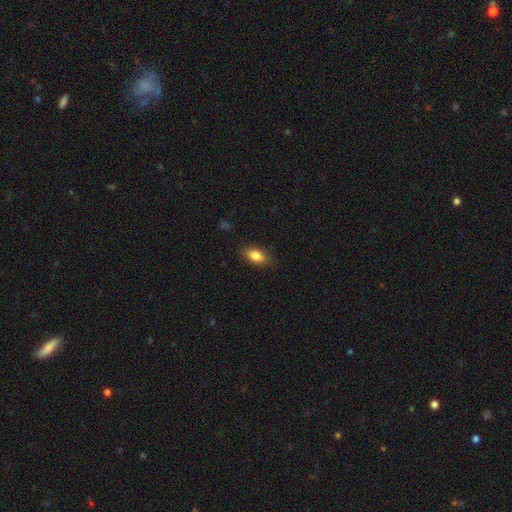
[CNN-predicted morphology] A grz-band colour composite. It shows a smooth galaxy with no disk features (85%) that is in between round and cigar-shaped (88%). Merging: none (84%).